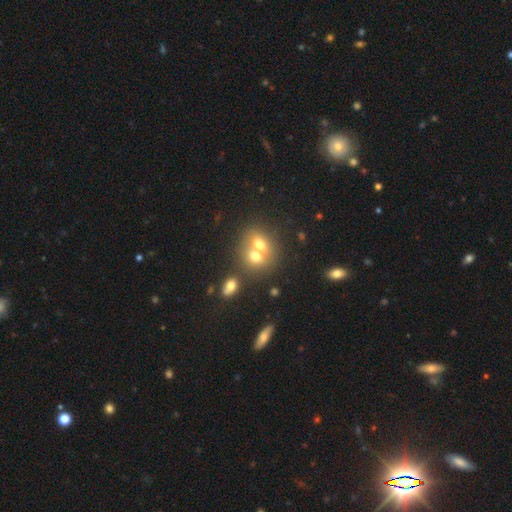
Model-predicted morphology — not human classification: This appears to be a smooth galaxy with no disk features (66%) that is round (61%). Merging: merger (65%).